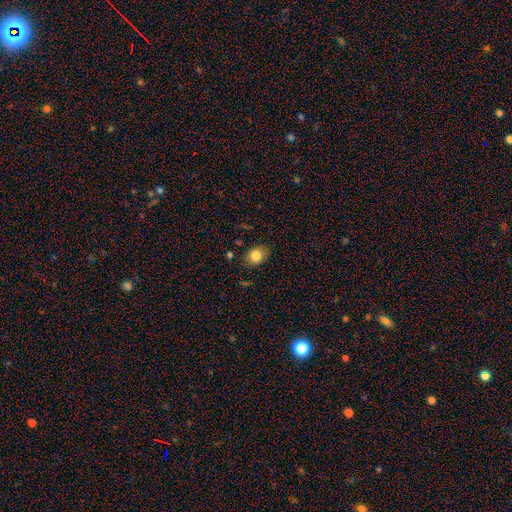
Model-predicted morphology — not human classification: type=smooth (82%); roundness=in between (57%); merging=none (79%).